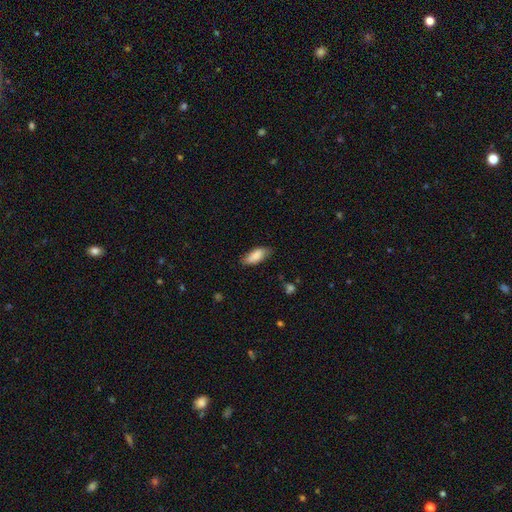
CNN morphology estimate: A smooth galaxy with no disk features (82%) that is in between round and cigar-shaped (83%).

Vote fractions:
- Smooth or featured? smooth: 82% / featured or disk: 11% / star or artifact: 6%
- How rounded? in between: 83% / cigar-shaped: 15% / round: 2%
- Merging? none: 78% / minor disturbance: 18% / major disturbance: 3% / merger: 1%